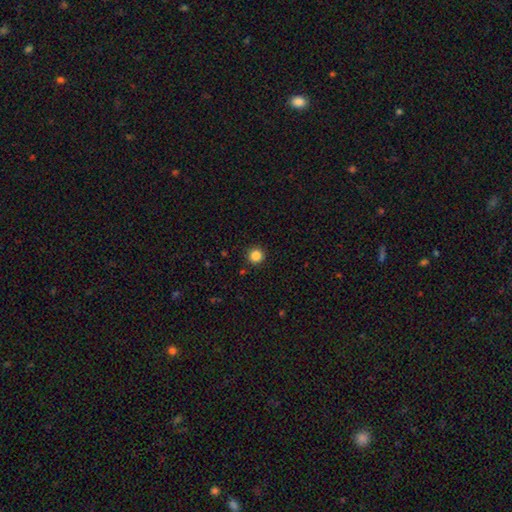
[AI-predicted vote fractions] This appears to be a smooth galaxy with no disk features (86%) that is round (96%). Merging: none (93%).